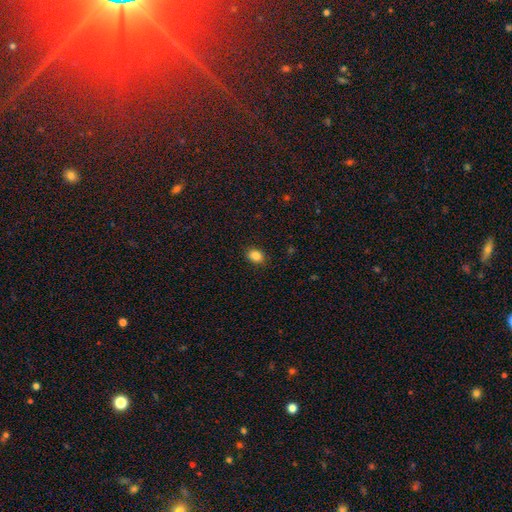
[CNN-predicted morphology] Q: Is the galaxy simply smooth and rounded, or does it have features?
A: smooth — 86%.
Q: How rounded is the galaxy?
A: in between — 64%.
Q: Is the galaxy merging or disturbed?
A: none — 86%.